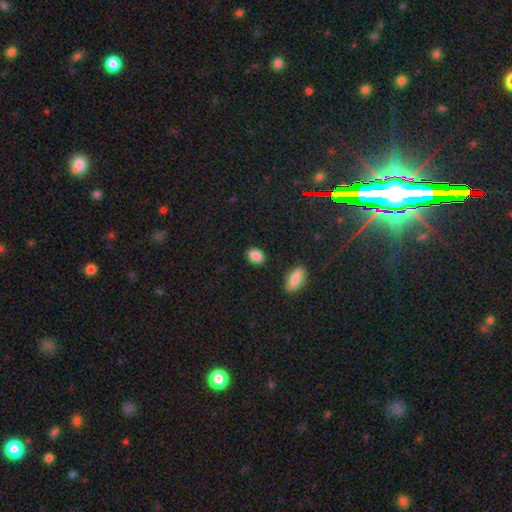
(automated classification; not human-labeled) Morphology: type=smooth (87%); roundness=in between (79%); merging=none (86%).